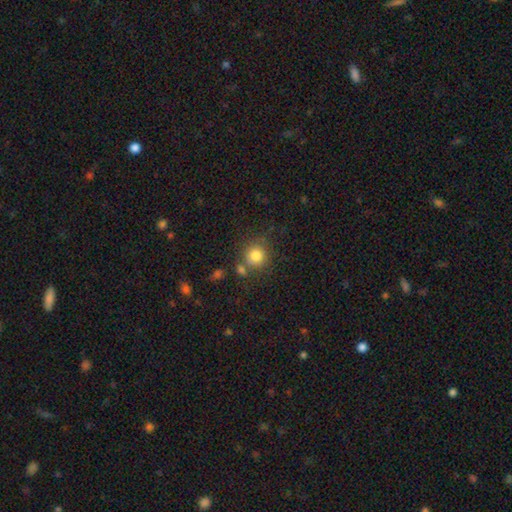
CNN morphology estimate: type=smooth (81%); roundness=round (89%); merging=none (69%).